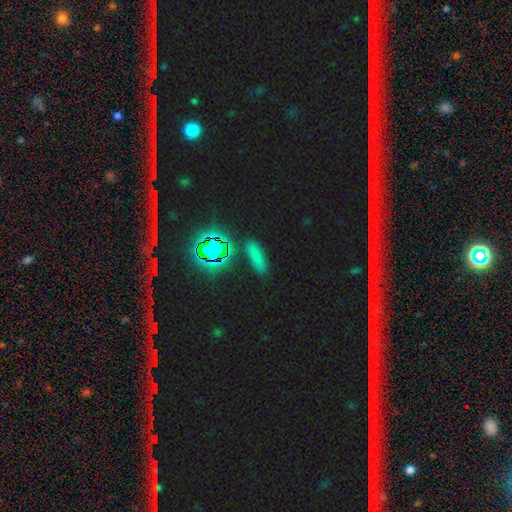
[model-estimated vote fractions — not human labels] A smooth galaxy with no disk features (58%) that is cigar-shaped (53%).

Vote fractions:
- Smooth or featured? smooth: 58% / star or artifact: 32% / featured or disk: 10%
- How rounded? cigar-shaped: 53% / in between: 41% / round: 7%
- Merging? none: 83% / minor disturbance: 10% / major disturbance: 4% / merger: 3%